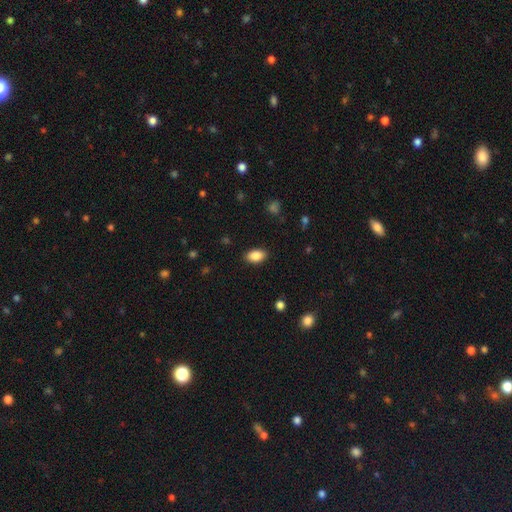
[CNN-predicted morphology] Smooth or featured?
  - smooth: 87% *
  - star or artifact: 8%
  - featured or disk: 5%
How rounded?
  - in between: 91% *
  - round: 6%
  - cigar-shaped: 2%
Merging?
  - none: 88% *
  - minor disturbance: 9%
  - major disturbance: 2%
  - merger: 1%